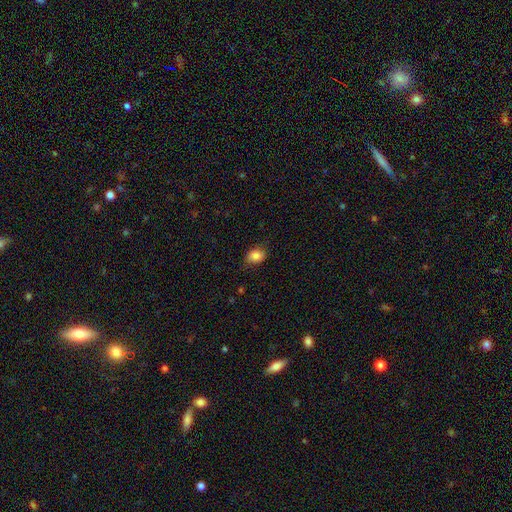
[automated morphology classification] Overall: smooth (85%). How rounded: in between (67%; round 32%). Merging: none (78%).